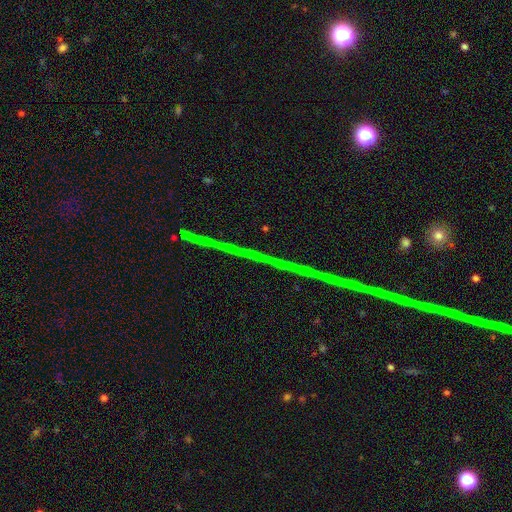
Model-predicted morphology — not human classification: A star or artifact, not a galaxy (83%).

Vote fractions:
- Smooth or featured? star or artifact: 83% / featured or disk: 12% / smooth: 5%